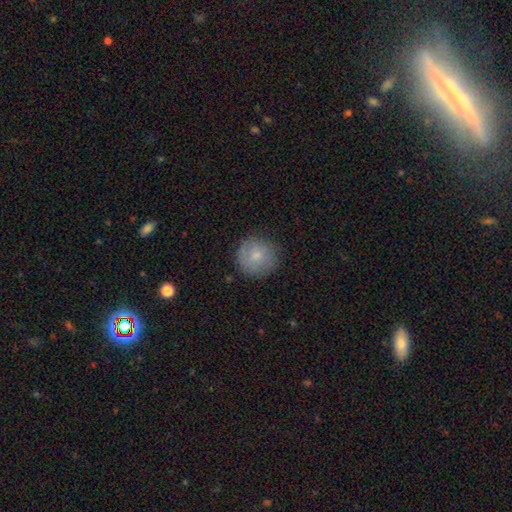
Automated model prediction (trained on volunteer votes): This is likely a smooth galaxy (78%). How rounded: clearly round (93%). Merging: clearly none (81%).